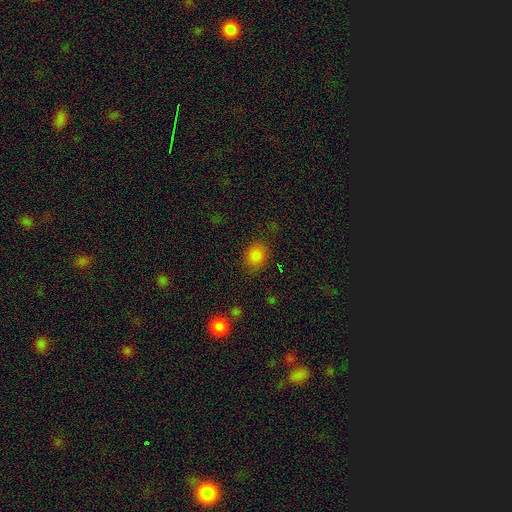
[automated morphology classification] This is clearly a smooth galaxy (82%). How rounded: possibly in between (50%). Merging: likely none (77%).